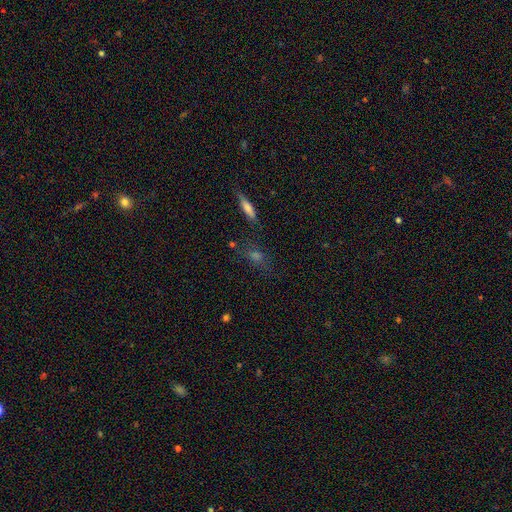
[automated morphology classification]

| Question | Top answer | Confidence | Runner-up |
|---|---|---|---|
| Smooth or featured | smooth | 47% | star or artifact (31%) |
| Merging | none | 70% | minor disturbance (16%) |